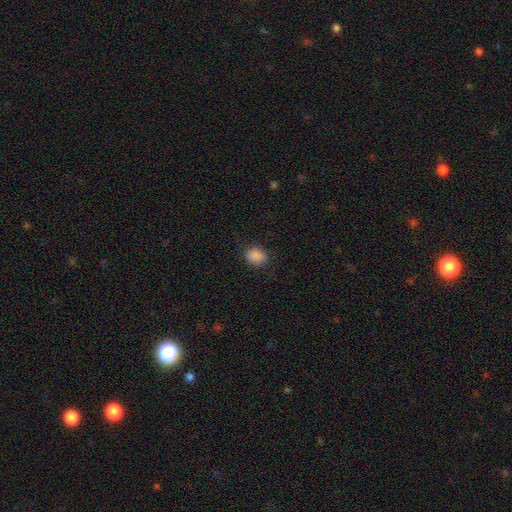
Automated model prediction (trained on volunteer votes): smooth_or_featured: smooth (p=0.88) [alt: star or artifact p=0.09]
how_rounded: round (p=0.50) [alt: in between p=0.49]
merging: none (p=0.84) [alt: minor disturbance p=0.11]